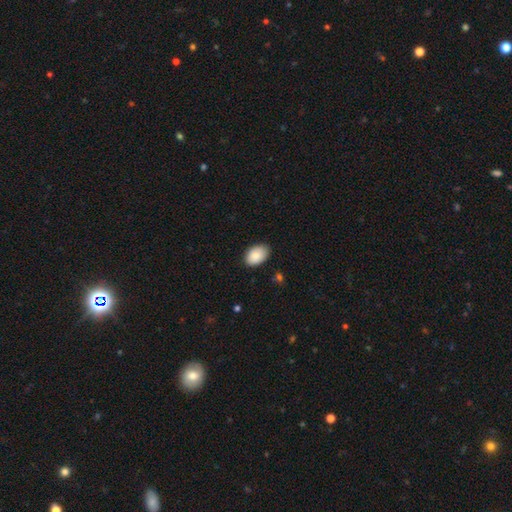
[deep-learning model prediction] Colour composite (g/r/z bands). It shows a smooth galaxy with no disk features (88%) that is in between round and cigar-shaped (89%). Merging: none (83%).